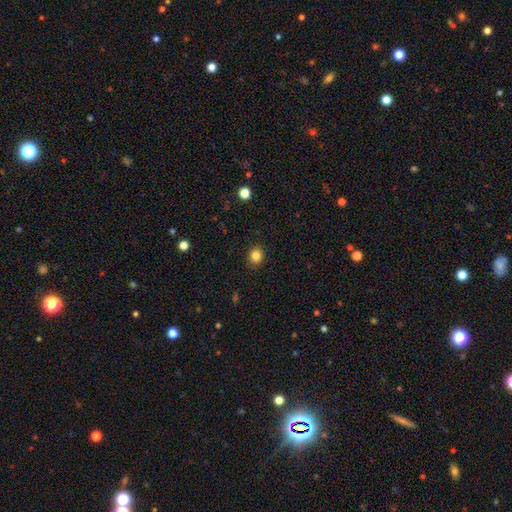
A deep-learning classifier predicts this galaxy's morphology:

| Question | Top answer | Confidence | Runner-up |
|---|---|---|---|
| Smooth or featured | smooth | 84% | star or artifact (11%) |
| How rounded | round | 78% | in between (21%) |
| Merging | none | 90% | minor disturbance (7%) |